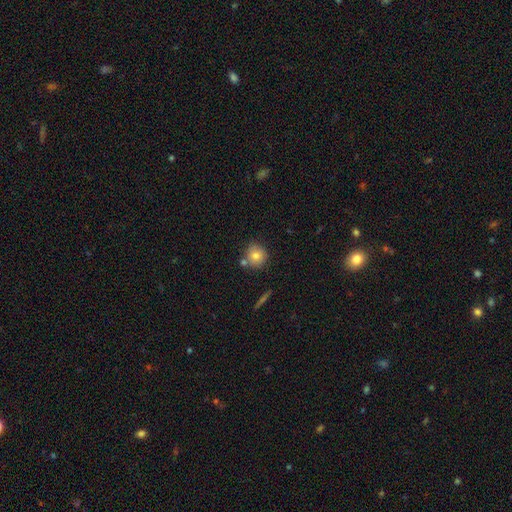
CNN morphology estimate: A smooth galaxy with no disk features (76%) that is round (89%).

Vote fractions:
- Smooth or featured? smooth: 76% / featured or disk: 14% / star or artifact: 10%
- How rounded? round: 89% / in between: 10% / cigar-shaped: 1%
- Merging? none: 69% / merger: 16% / minor disturbance: 13% / major disturbance: 3%